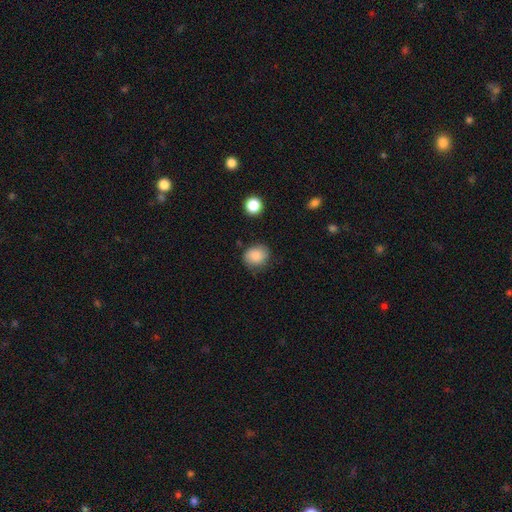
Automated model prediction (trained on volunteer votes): Smooth or featured? Predicted: smooth (p=0.86). How rounded? Predicted: round (p=0.68). Merging? Predicted: none (p=0.75).